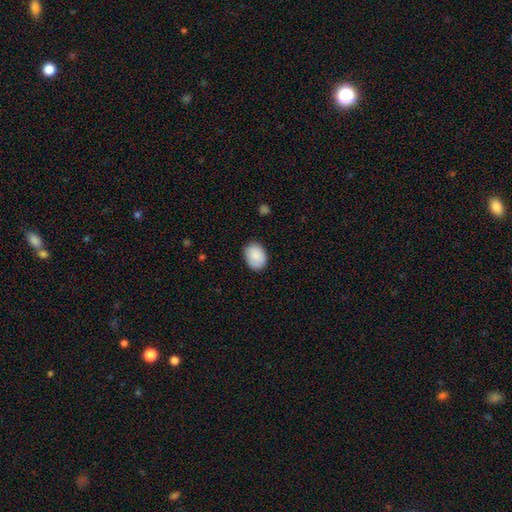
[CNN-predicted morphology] Overall: smooth (88%). How rounded: in between (70%; round 30%). Merging: none (82%).